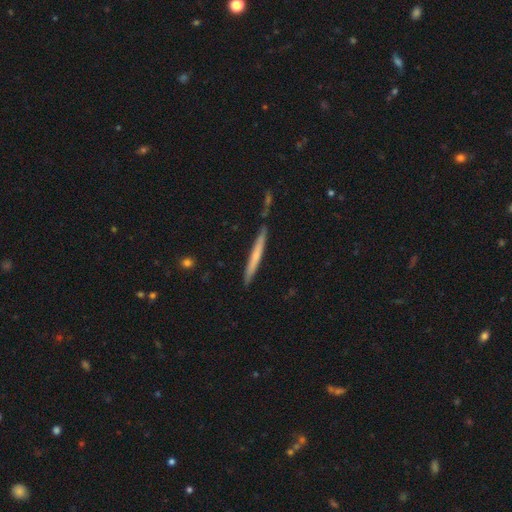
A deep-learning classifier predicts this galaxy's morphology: The model was most divided on "smooth or featured": smooth: 50%, featured or disk: 44%, star or artifact: 6%. More confident: merging — none (80%).